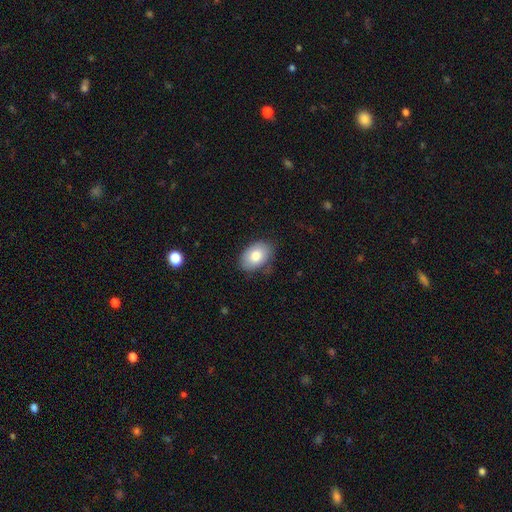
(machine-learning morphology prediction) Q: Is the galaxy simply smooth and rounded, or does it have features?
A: smooth — 81%.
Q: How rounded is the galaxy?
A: in between — 87%.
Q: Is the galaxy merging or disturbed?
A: none — 77%.